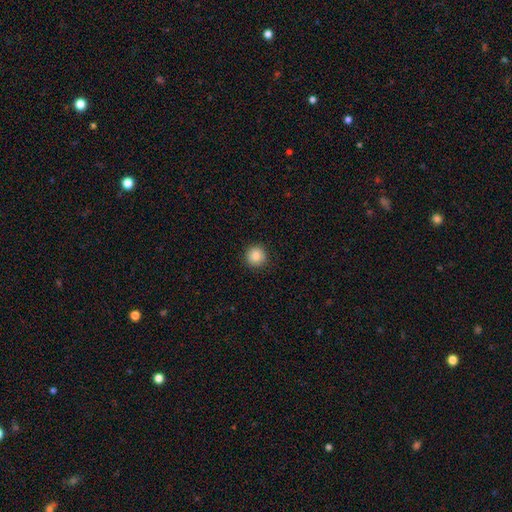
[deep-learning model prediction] Overall: smooth (86%). How rounded: round (95%). Merging: none (91%).